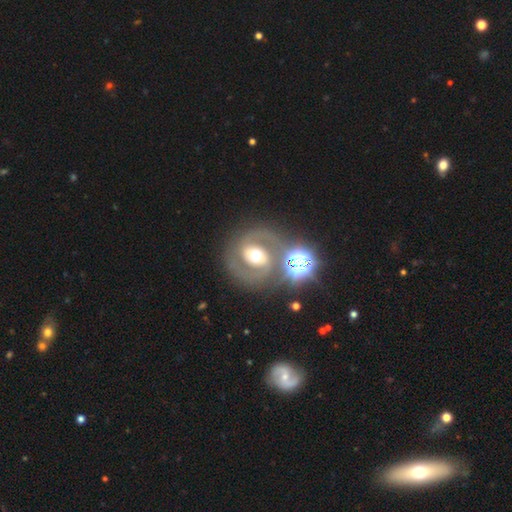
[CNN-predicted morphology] Q: Smooth or featured?
A: featured or disk (73%); runner-up: smooth (17%)
Q: Edge-on disk?
A: no (97%); runner-up: yes (3%)
Q: Bar?
A: no (40%); runner-up: weak (33%)
Q: Spiral arms?
A: yes (82%); runner-up: no (18%)
Q: Spiral winding?
A: medium (51%); runner-up: tight (33%)
Q: Spiral arm count?
A: 2 (87%); runner-up: can't tell (5%)
Q: Bulge size?
A: moderate (64%); runner-up: large (23%)
Q: Merging?
A: none (73%); runner-up: minor disturbance (11%)